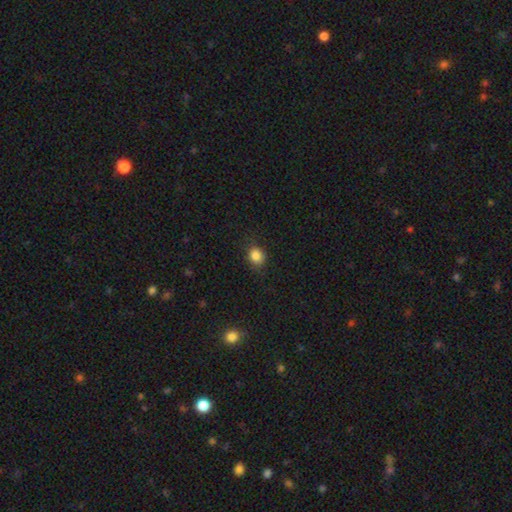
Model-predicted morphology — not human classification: Overall: smooth (84%). How rounded: round (68%; in between 31%). Merging: none (81%).